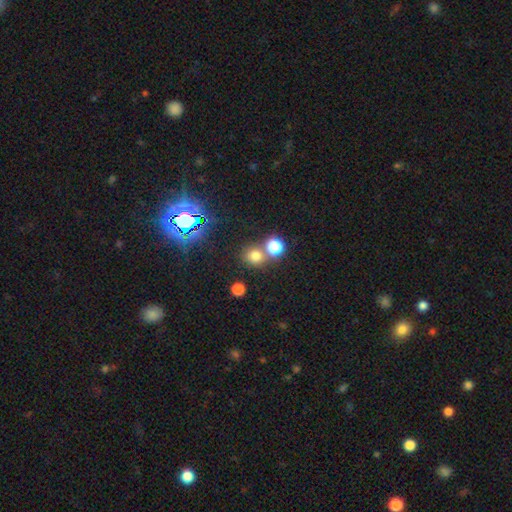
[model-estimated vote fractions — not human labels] Morphology: type=smooth (70%); roundness=round (83%); merging=none (62%).